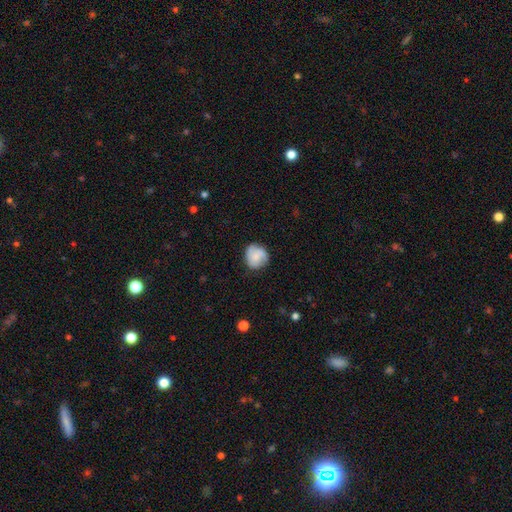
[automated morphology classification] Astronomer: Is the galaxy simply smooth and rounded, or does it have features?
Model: smooth — 59% (runner-up: featured or disk, 34%).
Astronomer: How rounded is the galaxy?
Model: round — 83%.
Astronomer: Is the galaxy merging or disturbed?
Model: none — 72%.